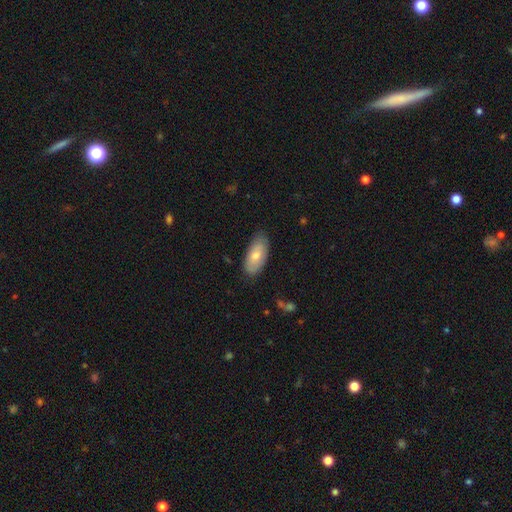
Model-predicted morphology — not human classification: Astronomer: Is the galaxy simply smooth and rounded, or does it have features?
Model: smooth — 74%.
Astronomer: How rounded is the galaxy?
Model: in between — 90%.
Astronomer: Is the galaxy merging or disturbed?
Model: none — 77%.